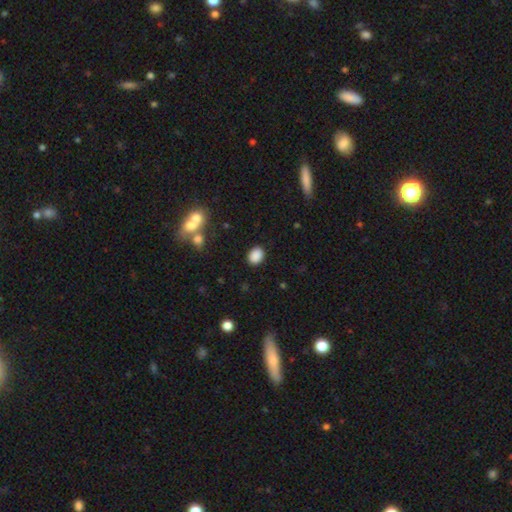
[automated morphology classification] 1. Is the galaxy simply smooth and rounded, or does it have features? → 87% smooth, 9% star or artifact, 4% featured or disk.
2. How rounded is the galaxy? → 60% in between, 39% round, 1% cigar-shaped.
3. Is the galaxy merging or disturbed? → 87% none, 9% minor disturbance, 3% major disturbance, 2% merger.